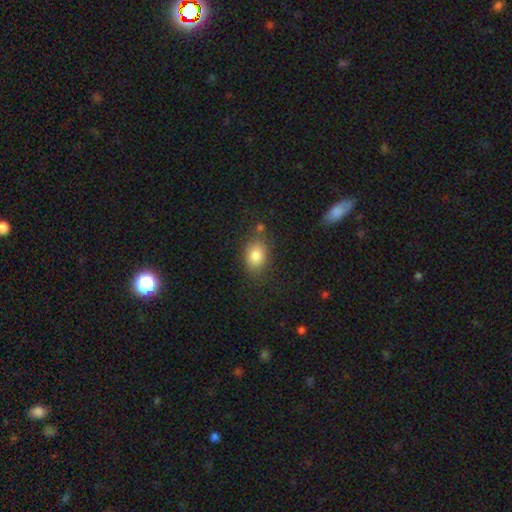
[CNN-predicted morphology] Smooth or featured? Predicted: smooth (p=0.83). How rounded? Predicted: in between (p=0.74). Merging? Predicted: none (p=0.75).